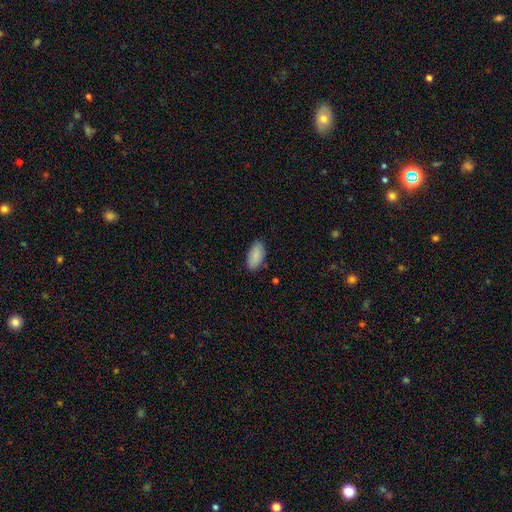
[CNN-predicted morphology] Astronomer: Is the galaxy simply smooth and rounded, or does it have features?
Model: smooth — 87%.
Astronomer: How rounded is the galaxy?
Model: in between — 93%.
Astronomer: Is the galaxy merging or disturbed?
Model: none — 84%.